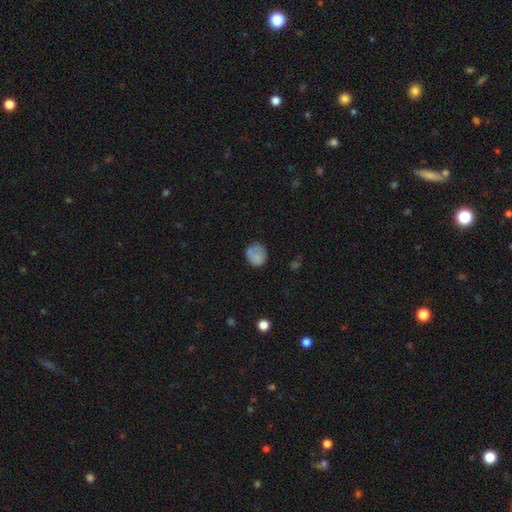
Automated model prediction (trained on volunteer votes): Smooth or featured?
  - smooth: 77% *
  - featured or disk: 13%
  - star or artifact: 10%
How rounded?
  - round: 76% *
  - in between: 23%
  - cigar-shaped: 1%
Merging?
  - none: 62% *
  - minor disturbance: 24%
  - major disturbance: 9%
  - merger: 6%